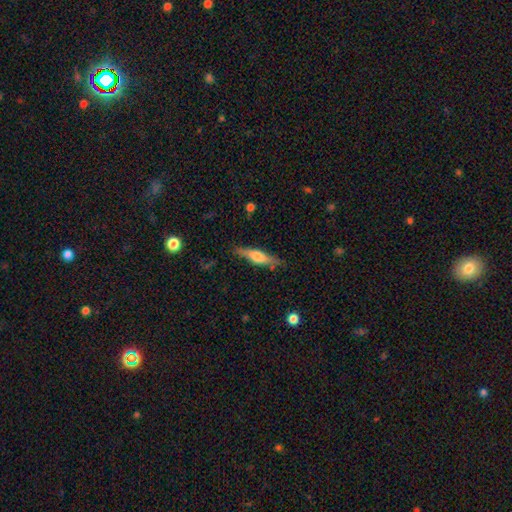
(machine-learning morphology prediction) smooth_or_featured: smooth (p=0.51) [alt: featured or disk p=0.43]
how_rounded: cigar-shaped (p=0.72) [alt: in between p=0.26]
merging: none (p=0.80) [alt: minor disturbance p=0.15]